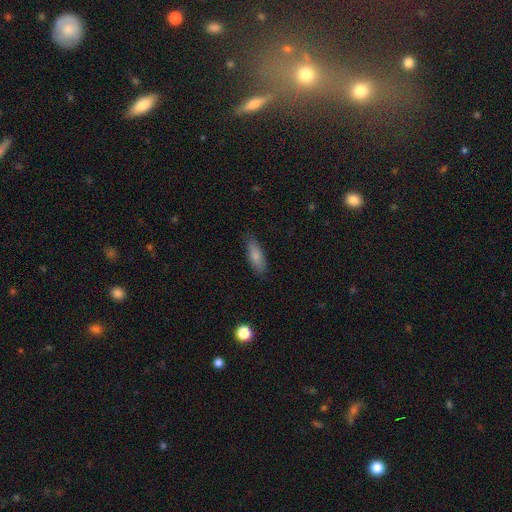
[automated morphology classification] This appears to be a smooth galaxy with no disk features (84%) that is in between round and cigar-shaped (66%). Merging: none (85%).